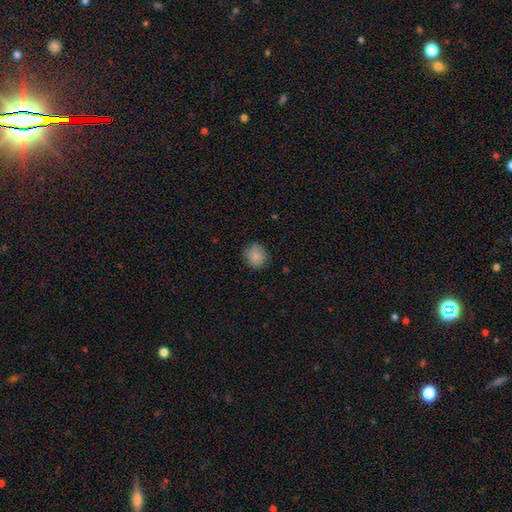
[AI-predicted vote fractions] Overall: smooth (85%). How rounded: round (78%). Merging: none (83%).